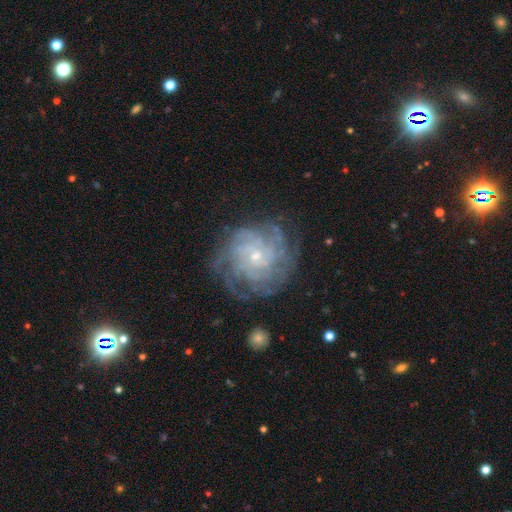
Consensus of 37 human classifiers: smooth_or_featured: featured or disk (p=0.89) [alt: smooth p=0.05]
disk_edge_on: no (p=0.94) [alt: yes p=0.06]
bar: no (p=0.65) [alt: weak p=0.29]
has_spiral_arms: yes (p=1.00)
spiral_winding: tight (p=0.48) [alt: medium p=0.42]
spiral_arm_count: more than 4 (p=0.65) [alt: 4 p=0.16]
bulge_size: small (p=0.87) [alt: large p=0.06]
merging: none (p=0.71) [alt: minor disturbance p=0.23]